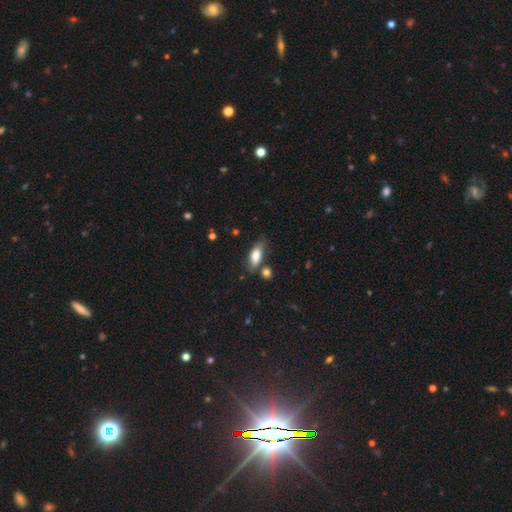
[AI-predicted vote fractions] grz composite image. It shows a smooth galaxy with no disk features (78%) that is in between round and cigar-shaped (80%). Merging: none (65%).